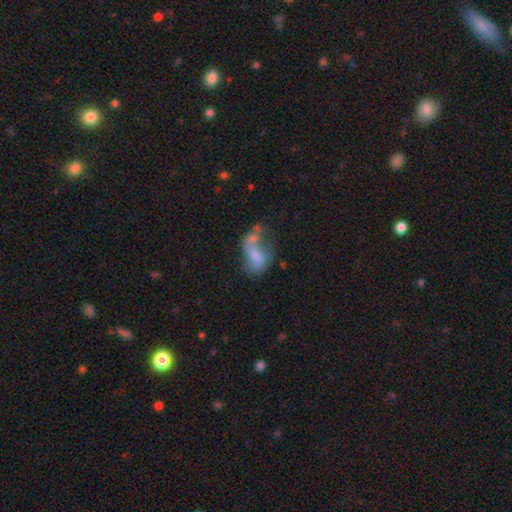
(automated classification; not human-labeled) Q: Smooth or featured?
A: smooth (47%); runner-up: featured or disk (42%)
Q: Merging?
A: merger (37%); runner-up: major disturbance (30%)